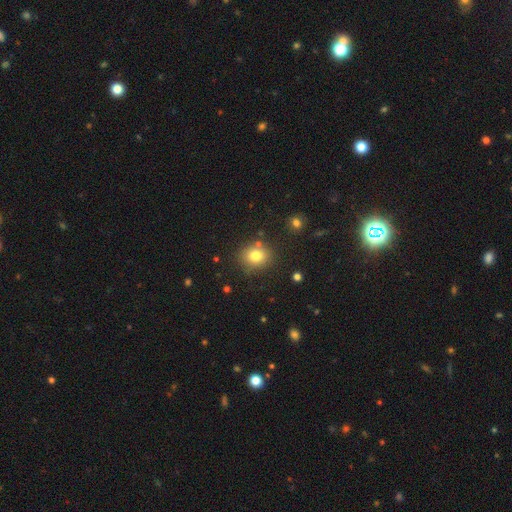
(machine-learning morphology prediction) smooth 79%, star or artifact 13%, featured or disk 9%. Down the decision tree: how rounded — round (65%); merging — none (80%).